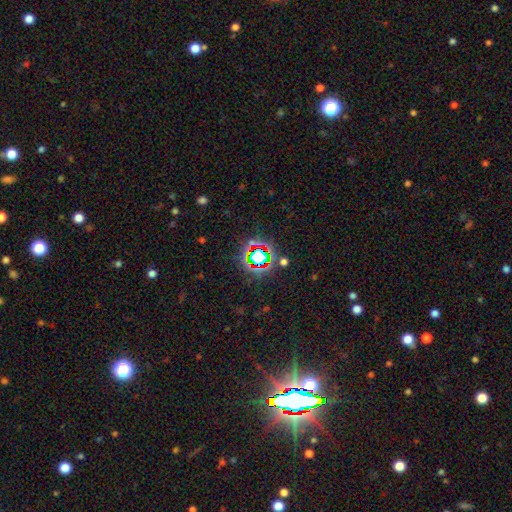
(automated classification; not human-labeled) Overall: star or artifact (66%).